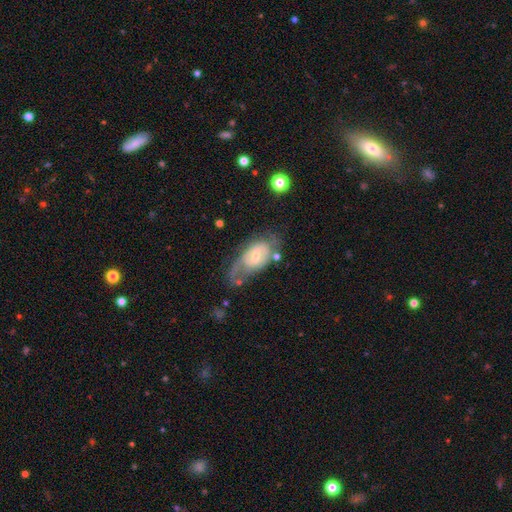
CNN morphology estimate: featured or disk 70%, smooth 24%, star or artifact 6%. Down the decision tree: edge-on disk — no (94%); bar — weak (49%); spiral arms — yes (72%); bulge size — small (57%); merging — none (40%).